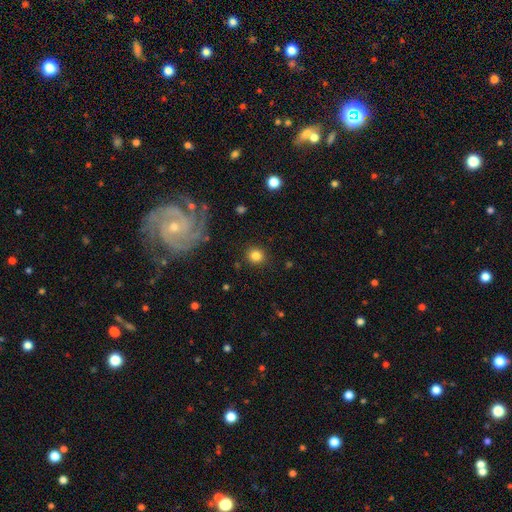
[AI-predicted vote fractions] Smooth or featured?
  - smooth: 82% *
  - star or artifact: 11%
  - featured or disk: 7%
How rounded?
  - round: 89% *
  - in between: 10%
  - cigar-shaped: 1%
Merging?
  - none: 89% *
  - minor disturbance: 7%
  - major disturbance: 3%
  - merger: 2%